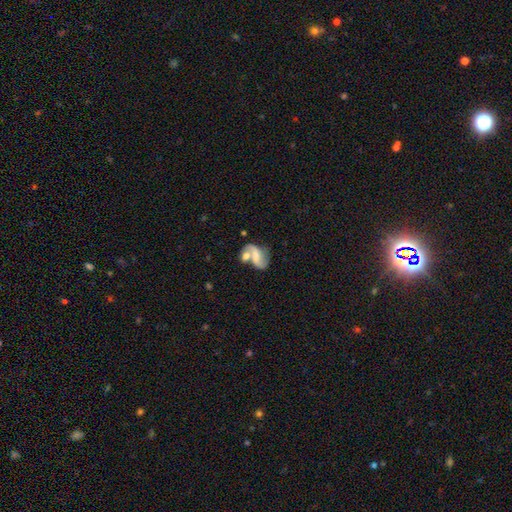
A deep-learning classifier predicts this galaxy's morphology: Smooth or featured: featured or disk — 72% (smooth — 21%)
Edge-on disk: no — 97% (yes — 3%)
Bar: weak — 42% (no — 36%)
Spiral arms: yes — 88% (no — 12%)
Spiral winding: loose — 59% (medium — 32%)
Spiral arm count: 2 — 87% (1 — 5%)
Bulge size: small — 35% (moderate — 29%)
Merging: merger — 39% (none — 36%)